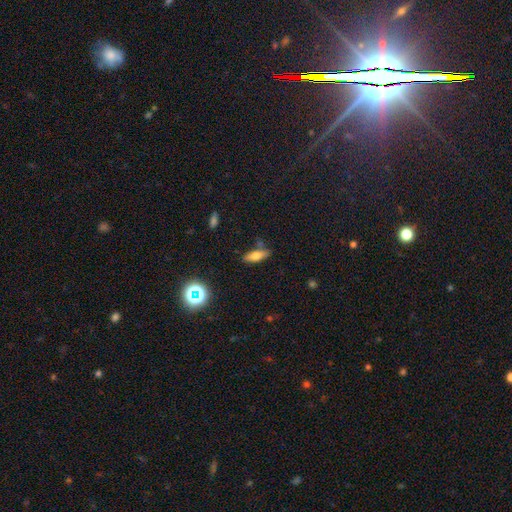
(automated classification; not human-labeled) smooth_or_featured: smooth (p=0.65) [alt: featured or disk p=0.24]
how_rounded: in between (p=0.59) [alt: cigar-shaped p=0.37]
merging: none (p=0.74) [alt: minor disturbance p=0.15]